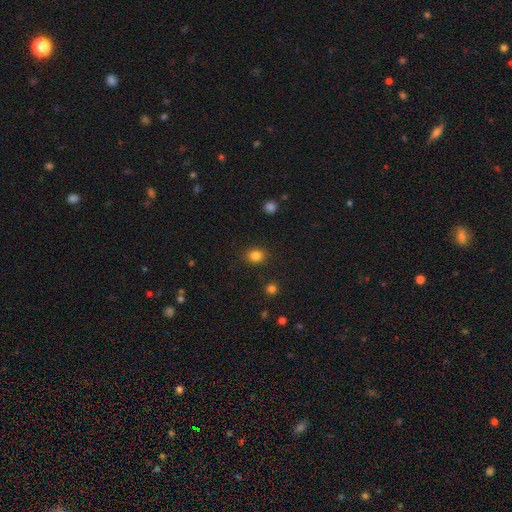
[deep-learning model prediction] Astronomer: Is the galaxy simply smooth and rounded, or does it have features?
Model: smooth — 83%.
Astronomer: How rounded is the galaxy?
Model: round — 69%.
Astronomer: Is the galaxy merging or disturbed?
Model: none — 89%.